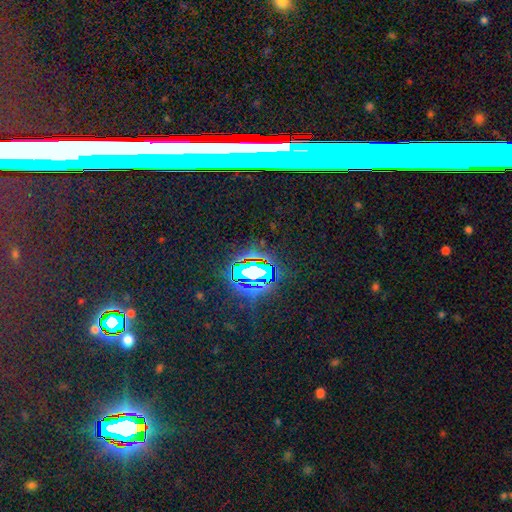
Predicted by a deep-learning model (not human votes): A star or artifact, not a galaxy (72%).